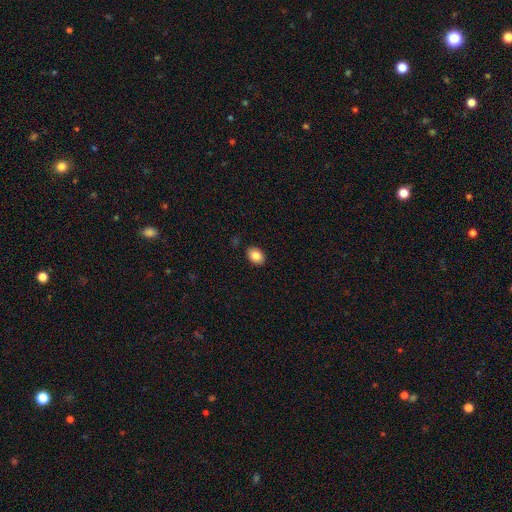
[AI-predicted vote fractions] The model was most divided on "how rounded": in between: 78%, round: 21%, cigar-shaped: 1%. More confident: merging — none (88%); smooth or featured — smooth (86%).